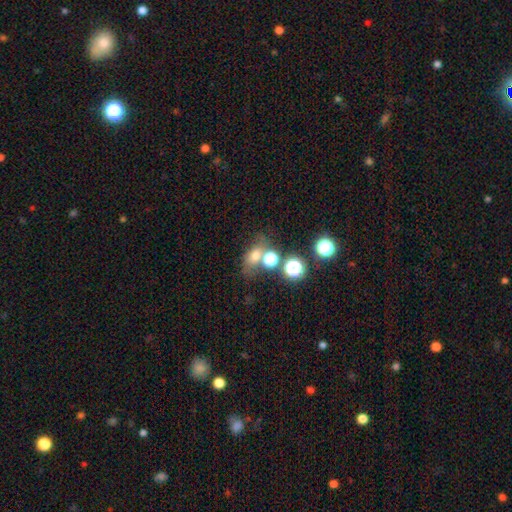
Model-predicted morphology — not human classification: This appears to be a smooth galaxy with no disk features (66%) that is in between round and cigar-shaped (52%). Merging: none (50%).